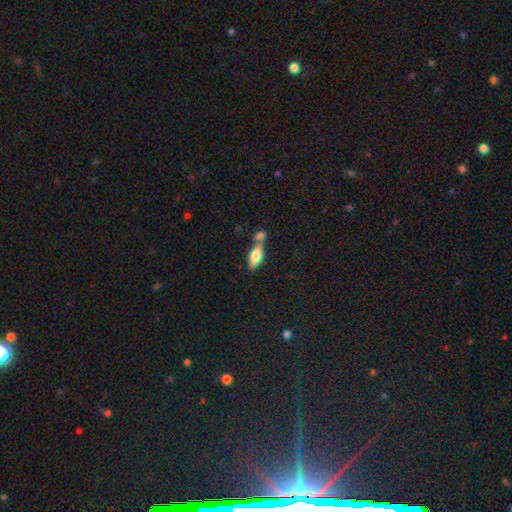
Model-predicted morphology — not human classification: smooth_or_featured: smooth (p=0.70) [alt: featured or disk p=0.23]
how_rounded: in between (p=0.77) [alt: cigar-shaped p=0.20]
merging: merger (p=0.46) [alt: none p=0.38]